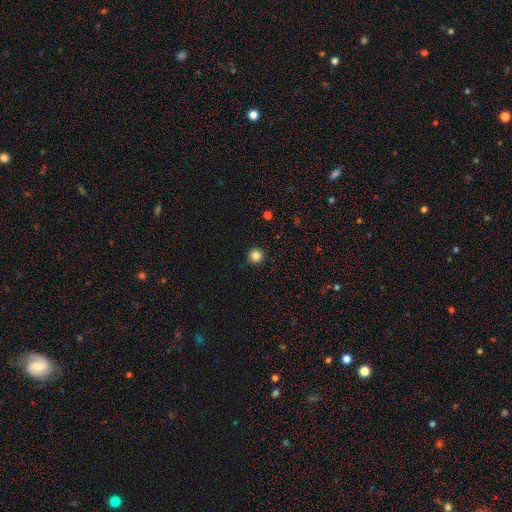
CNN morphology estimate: A smooth galaxy with no disk features (84%) that is round (96%). Merging: none (91%).